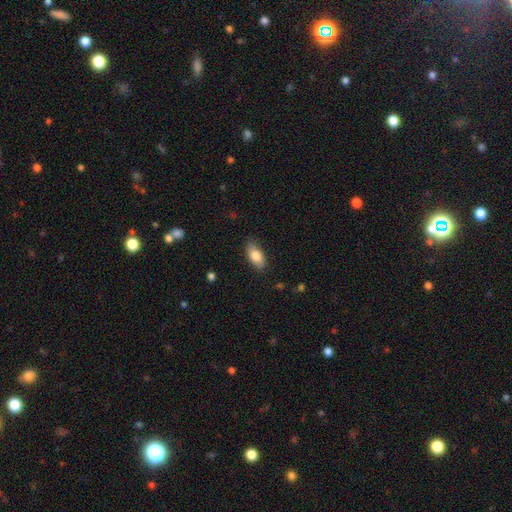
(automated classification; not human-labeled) Smooth or featured: smooth — 83% (featured or disk — 11%)
How rounded: in between — 89% (cigar-shaped — 8%)
Merging: none — 84% (minor disturbance — 12%)